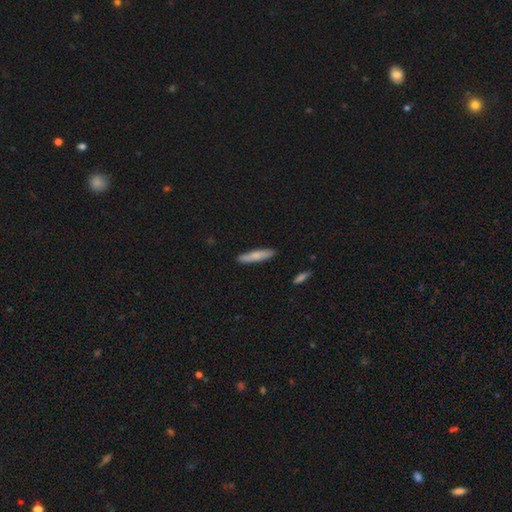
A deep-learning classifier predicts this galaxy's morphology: This appears to be a smooth galaxy with no disk features (75%) that is cigar-shaped (88%). Merging: none (88%).